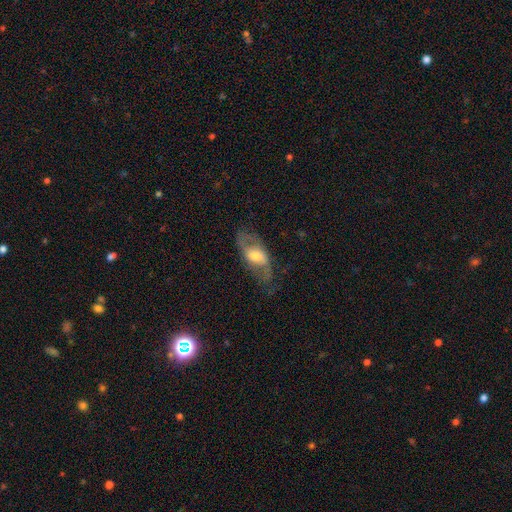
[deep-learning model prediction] Q: Smooth or featured?
A: featured or disk (58%); runner-up: smooth (35%)
Q: Edge-on disk?
A: no (85%); runner-up: yes (15%)
Q: Merging?
A: none (61%); runner-up: minor disturbance (21%)